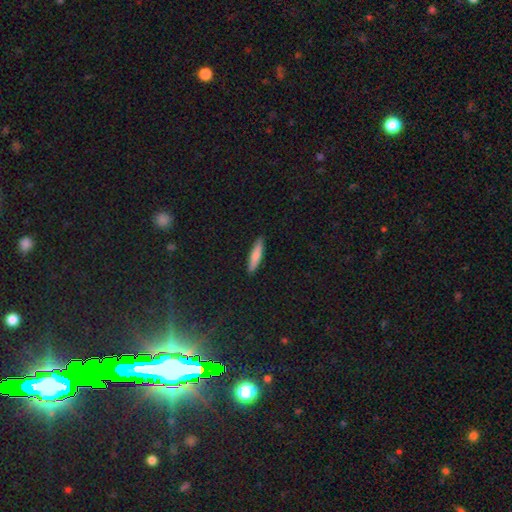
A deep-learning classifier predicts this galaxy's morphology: type=smooth (79%); roundness=cigar-shaped (81%); merging=none (90%).